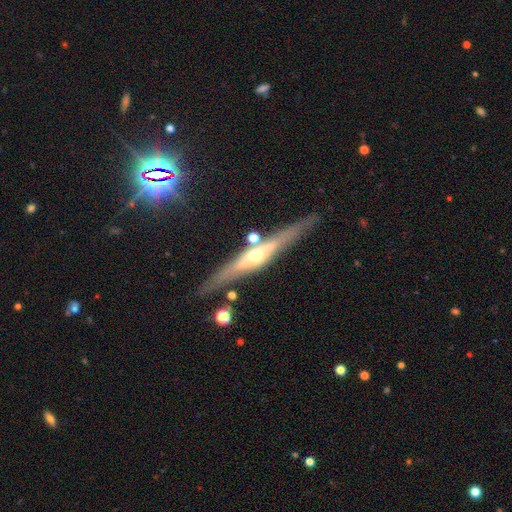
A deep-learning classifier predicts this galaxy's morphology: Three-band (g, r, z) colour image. It shows a featured or disk galaxy (76%) viewed edge-on (95%) with a rounded central bulge (86%). Merging: none (82%).